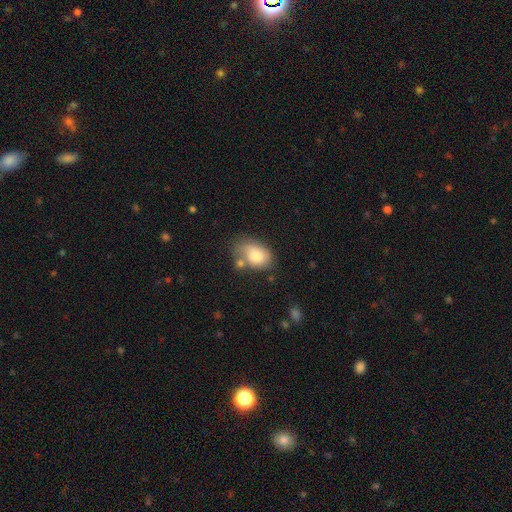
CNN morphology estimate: Smooth or featured?
  - smooth: 78% *
  - featured or disk: 14%
  - star or artifact: 8%
How rounded?
  - in between: 81% *
  - round: 18%
  - cigar-shaped: 1%
Merging?
  - none: 45% *
  - minor disturbance: 28%
  - merger: 17%
  - major disturbance: 11%